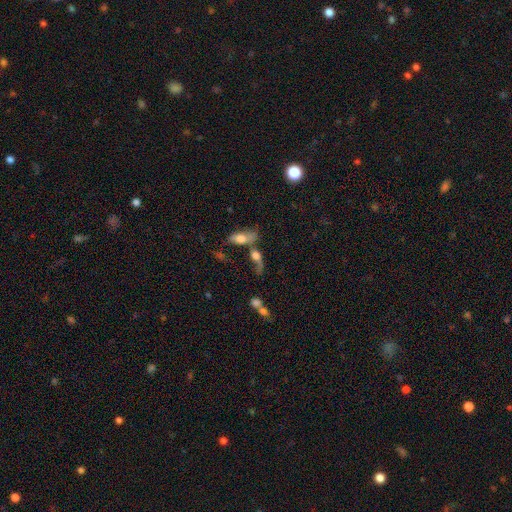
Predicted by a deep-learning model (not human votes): Morphology: type=smooth (54%); roundness=in between (64%); merging=merger (44%).